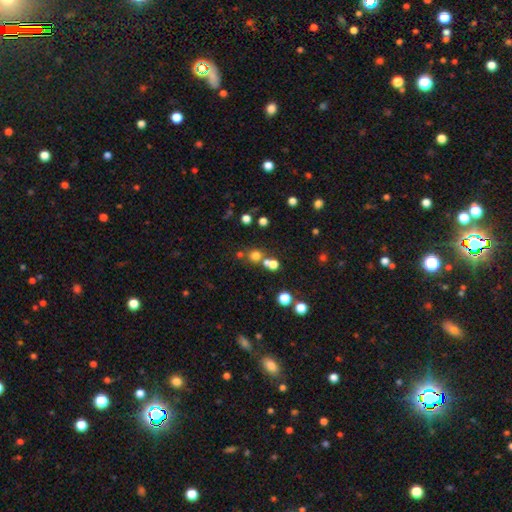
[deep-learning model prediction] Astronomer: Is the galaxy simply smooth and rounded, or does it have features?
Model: smooth — 68%.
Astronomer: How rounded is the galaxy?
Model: round — 89%.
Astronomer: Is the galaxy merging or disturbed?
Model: none — 63%.